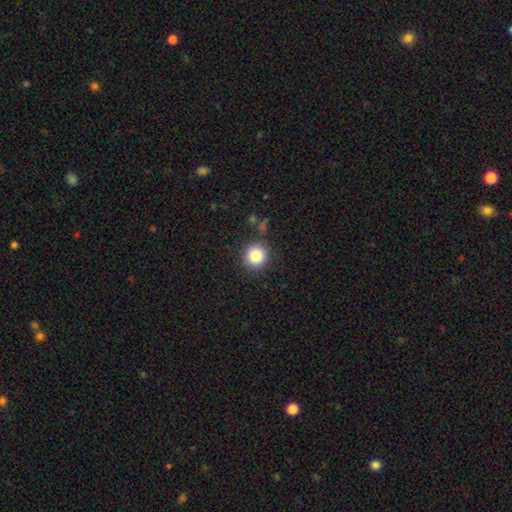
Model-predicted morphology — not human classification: smooth 84%, star or artifact 10%, featured or disk 6%. Down the decision tree: how rounded — round (92%); merging — none (87%).